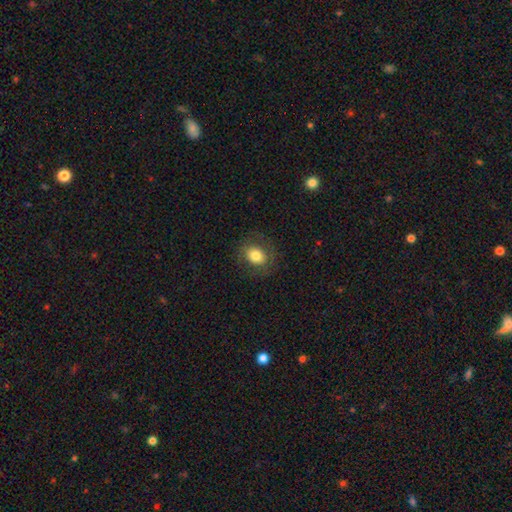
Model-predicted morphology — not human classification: smooth 76%, featured or disk 15%, star or artifact 9%. Down the decision tree: how rounded — round (53%); merging — none (82%).